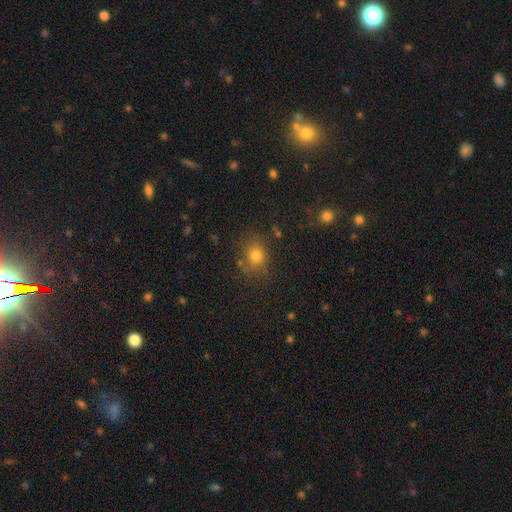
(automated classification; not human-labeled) This appears to be a smooth galaxy with no disk features (76%) that is round (72%). Merging: none (76%).